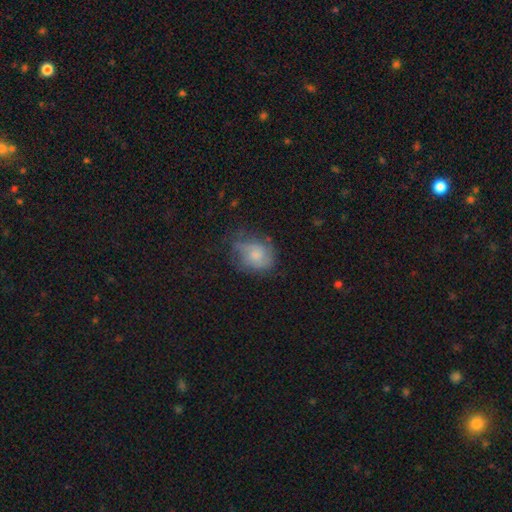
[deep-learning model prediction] Smooth or featured?
  - smooth: 58% *
  - featured or disk: 33%
  - star or artifact: 9%
How rounded?
  - in between: 49% * (tied)
  - round: 49% * (tied)
  - cigar-shaped: 1%
Merging?
  - none: 50% *
  - minor disturbance: 32%
  - major disturbance: 16%
  - merger: 2%